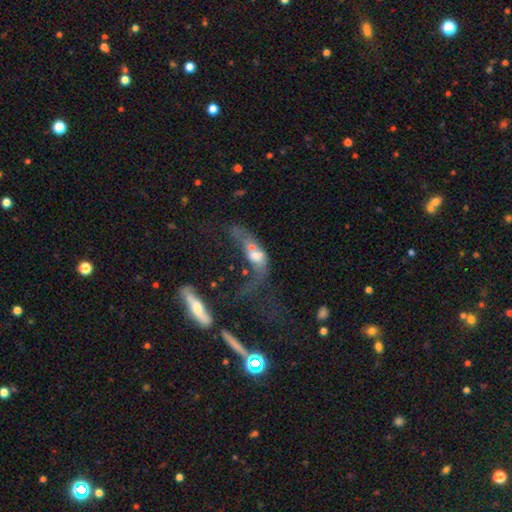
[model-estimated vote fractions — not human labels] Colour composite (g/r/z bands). It shows a featured or disk galaxy (46%). Merging: merger (52%).